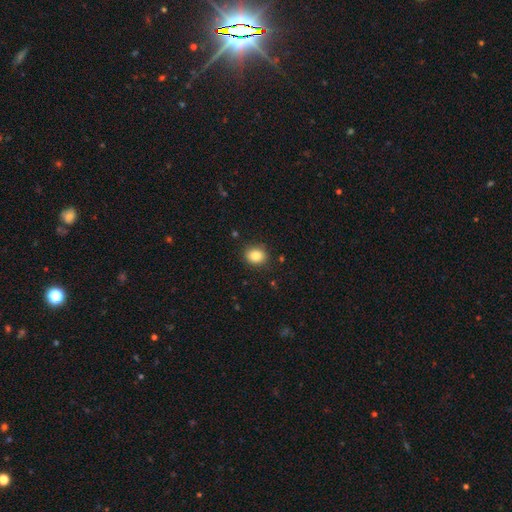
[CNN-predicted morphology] Smooth or featured?
  - smooth: 85% *
  - star or artifact: 10%
  - featured or disk: 6%
How rounded?
  - round: 63% *
  - in between: 36%
  - cigar-shaped: 1%
Merging?
  - none: 86% *
  - minor disturbance: 10%
  - major disturbance: 3%
  - merger: 1%